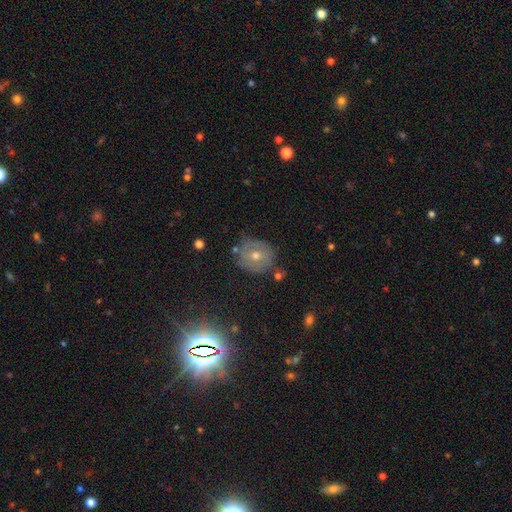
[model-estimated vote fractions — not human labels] A featured or disk galaxy (42%). Merging: none (78%).